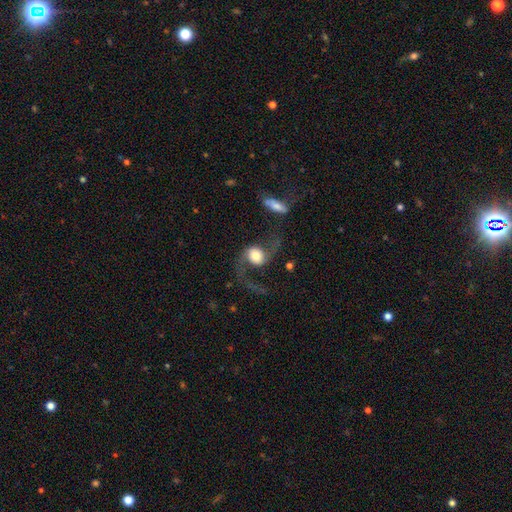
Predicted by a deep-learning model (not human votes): featured or disk 70%, smooth 23%, star or artifact 7%. Down the decision tree: edge-on disk — no (96%); bar — no (63%); spiral arms — yes (92%); spiral arm count — 2 (82%); spiral winding — loose (83%); bulge size — moderate (40%); merging — none (47%).